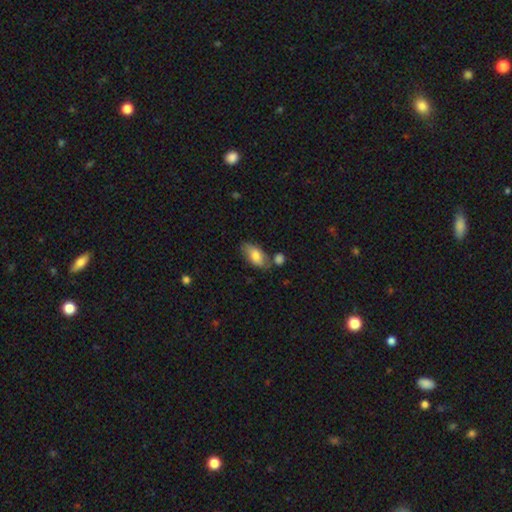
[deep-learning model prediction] Morphology: type=smooth (78%); roundness=in between (92%); merging=none (64%).